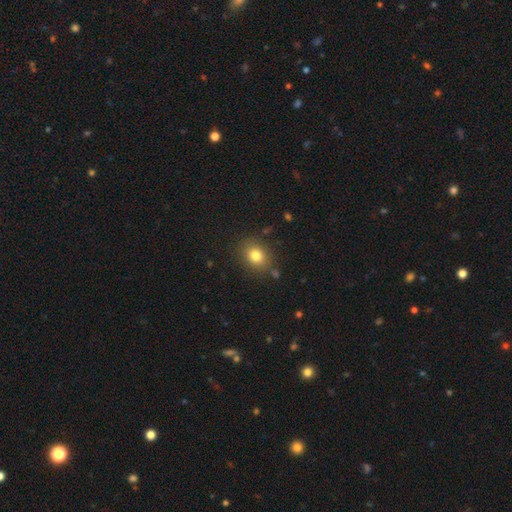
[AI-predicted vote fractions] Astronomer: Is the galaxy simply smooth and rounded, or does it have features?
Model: smooth — 81%.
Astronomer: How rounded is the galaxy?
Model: round — 60% (runner-up: in between, 39%).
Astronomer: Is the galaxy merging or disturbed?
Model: none — 84%.